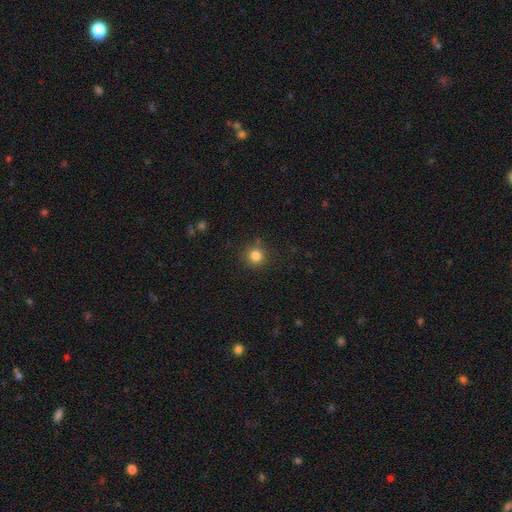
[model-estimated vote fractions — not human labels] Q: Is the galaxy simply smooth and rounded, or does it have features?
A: smooth — 82%.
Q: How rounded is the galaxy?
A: round — 94%.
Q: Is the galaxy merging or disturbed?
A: none — 88%.